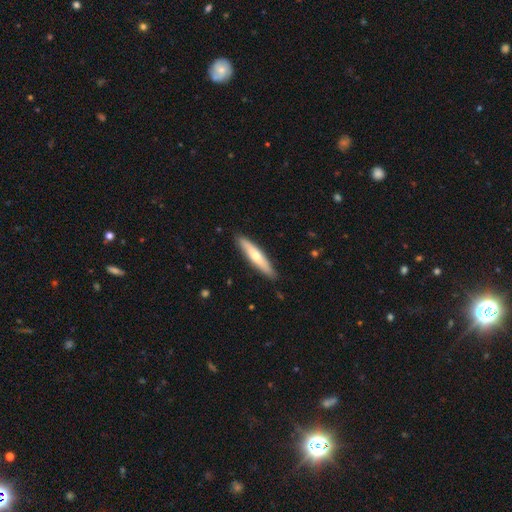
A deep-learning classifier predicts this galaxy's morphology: smooth 59%, featured or disk 36%, star or artifact 5%. Down the decision tree: how rounded — cigar-shaped (86%); merging — none (89%).